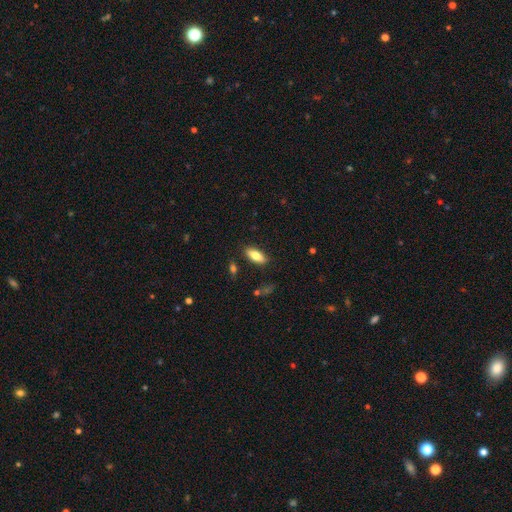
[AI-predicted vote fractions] Morphology: type=smooth (80%); roundness=in between (81%); merging=none (86%).